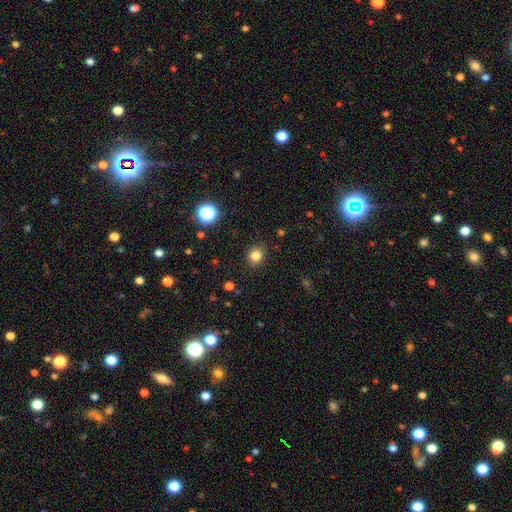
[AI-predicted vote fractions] Smooth or featured? smooth (82%)
How rounded? round (78%)
Merging? none (88%)